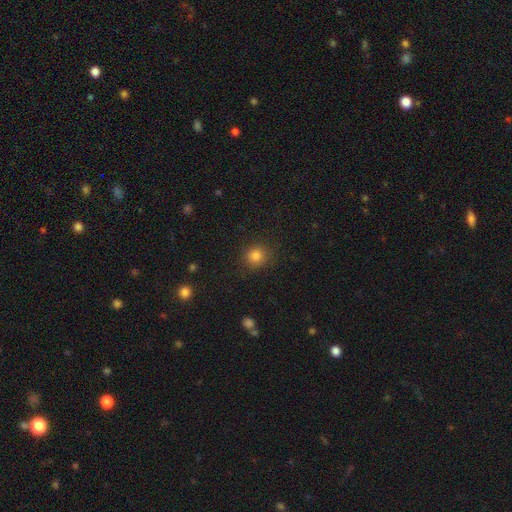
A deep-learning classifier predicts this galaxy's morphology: A smooth galaxy with no disk features (83%) that is round (90%).

Vote fractions:
- Smooth or featured? smooth: 83% / star or artifact: 12% / featured or disk: 5%
- How rounded? round: 90% / in between: 10% / cigar-shaped: 1%
- Merging? none: 87% / minor disturbance: 9% / major disturbance: 3% / merger: 1%